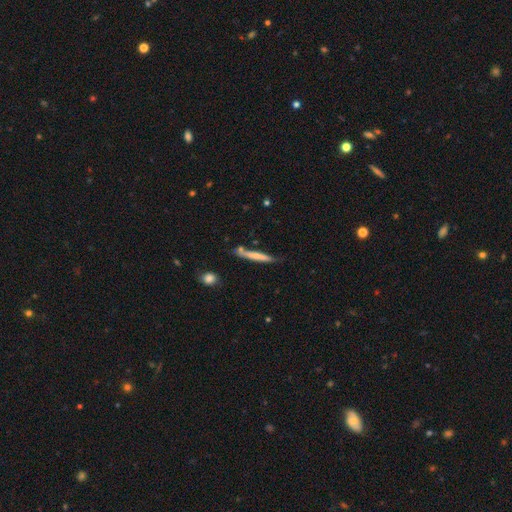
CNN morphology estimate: Smooth or featured? smooth (61%)
How rounded? cigar-shaped (95%)
Merging? none (71%)